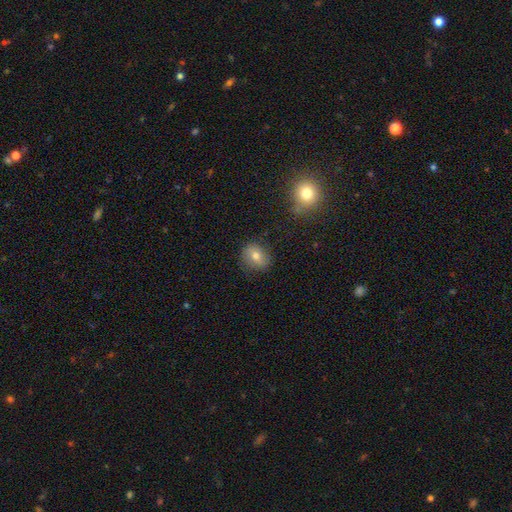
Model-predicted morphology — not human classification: type=smooth (71%); roundness=round (62%); merging=none (82%).